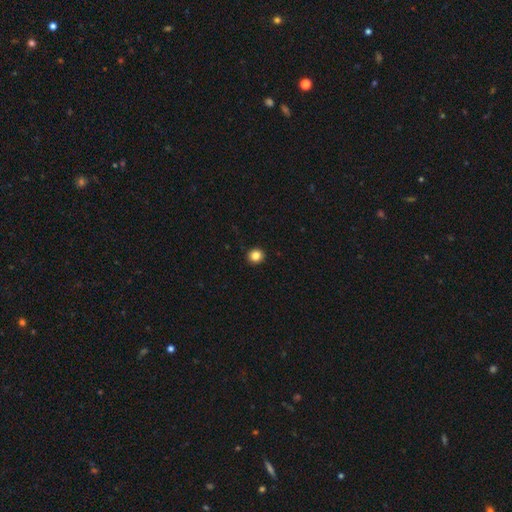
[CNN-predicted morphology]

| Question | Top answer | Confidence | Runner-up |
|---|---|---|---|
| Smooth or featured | smooth | 85% | star or artifact (11%) |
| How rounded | round | 89% | in between (10%) |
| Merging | none | 93% | minor disturbance (5%) |